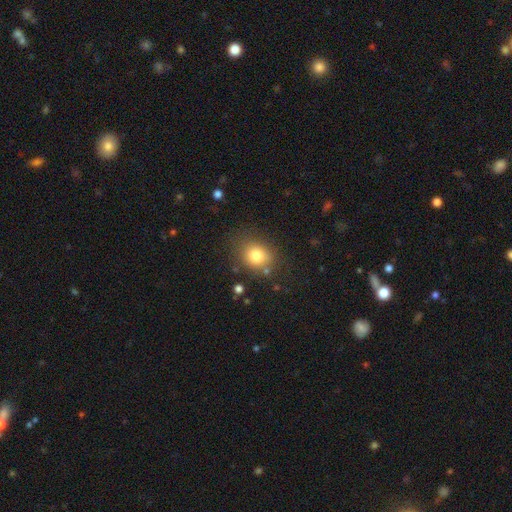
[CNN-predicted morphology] Smooth or featured? smooth (79%)
How rounded? round (67%)
Merging? none (77%)